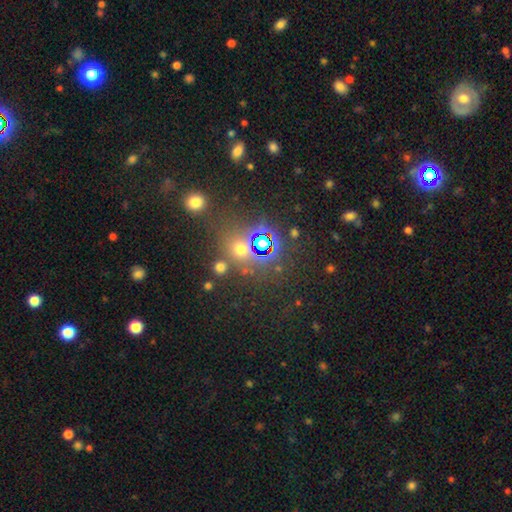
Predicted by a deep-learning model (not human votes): smooth-or-featured: star or artifact: 60% | smooth: 30% | featured or disk: 10%